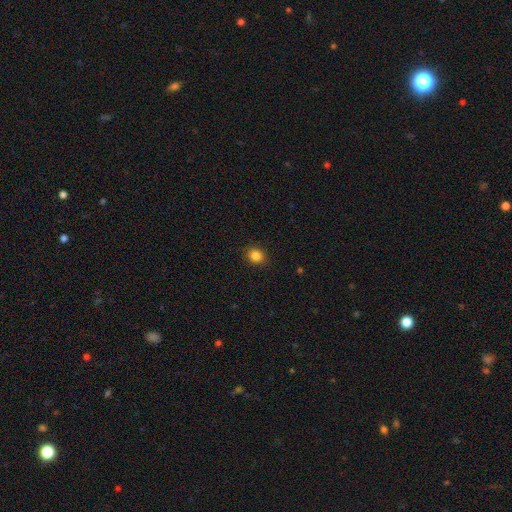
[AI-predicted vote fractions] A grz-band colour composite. It shows a smooth galaxy with no disk features (84%) that is round (72%). Merging: none (90%).